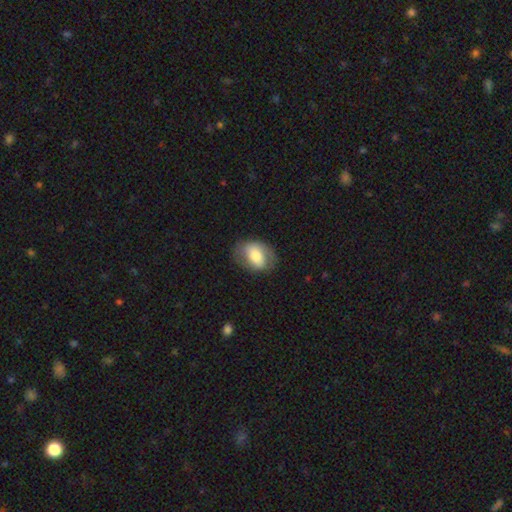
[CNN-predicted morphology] A smooth galaxy with no disk features (60%) that is in between round and cigar-shaped (75%).

Vote fractions:
- Smooth or featured? smooth: 60% / featured or disk: 33% / star or artifact: 7%
- How rounded? in between: 75% / round: 23% / cigar-shaped: 1%
- Merging? none: 72% / minor disturbance: 19% / major disturbance: 8% / merger: 1%